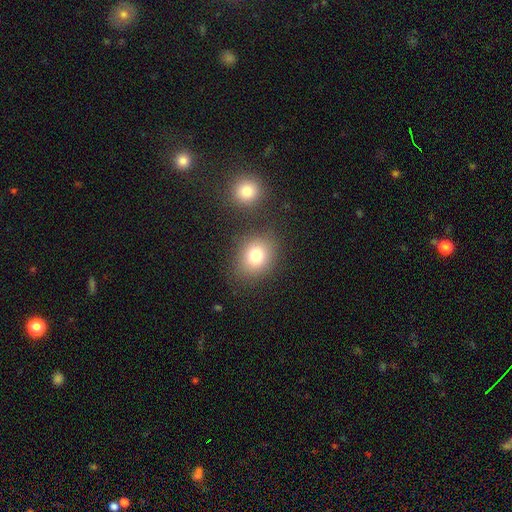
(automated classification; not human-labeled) This is likely a smooth galaxy (77%). How rounded: likely round (61%). Merging: likely none (77%).